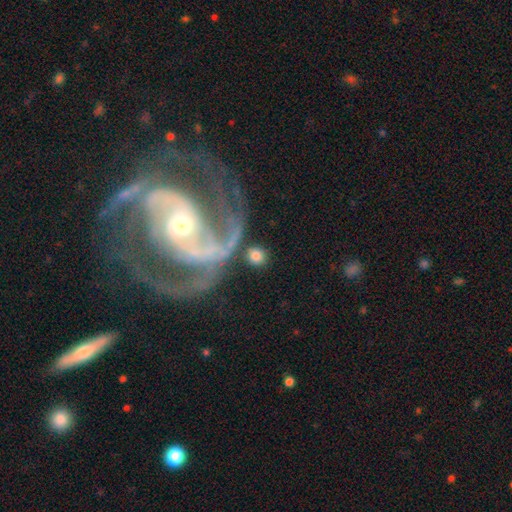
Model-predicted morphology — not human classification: Smooth or featured? smooth (76%)
How rounded? round (90%)
Merging? none (75%)